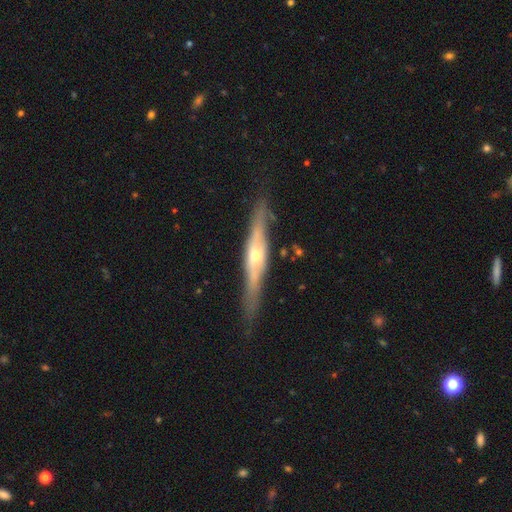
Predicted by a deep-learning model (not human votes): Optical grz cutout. It shows a featured or disk galaxy (74%) viewed edge-on (90%) with a rounded central bulge (85%). Merging: none (80%).